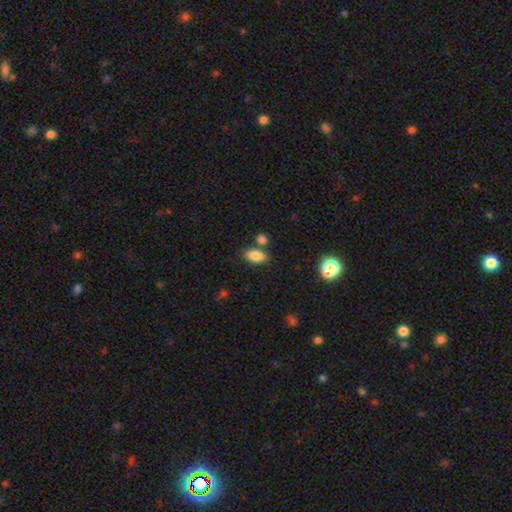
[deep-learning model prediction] A smooth galaxy with no disk features (85%) that is in between round and cigar-shaped (88%).

Vote fractions:
- Smooth or featured? smooth: 85% / star or artifact: 9% / featured or disk: 6%
- How rounded? in between: 88% / cigar-shaped: 6% / round: 5%
- Merging? none: 70% / merger: 14% / minor disturbance: 12% / major disturbance: 3%